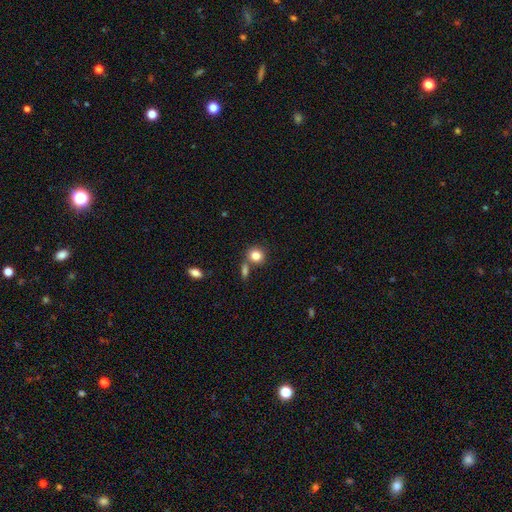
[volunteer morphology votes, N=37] Volunteers were most divided on "merging": none: 71%, merger: 20%, minor disturbance: 6%, major disturbance: 3%. More confident: smooth or featured — smooth (86%); how rounded — round (78%).